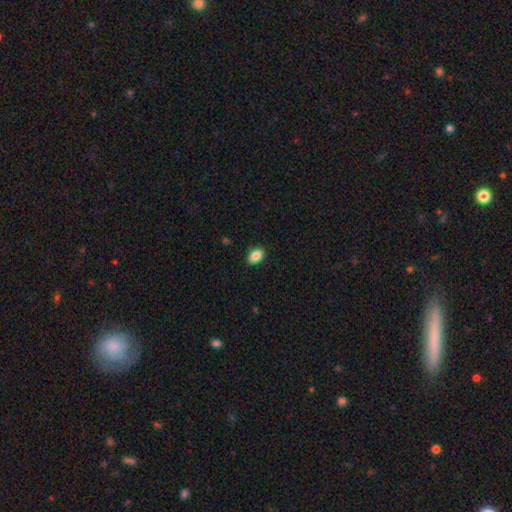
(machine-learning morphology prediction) Smooth or featured? Predicted: smooth (p=0.87). How rounded? Predicted: in between (p=0.85). Merging? Predicted: none (p=0.88).